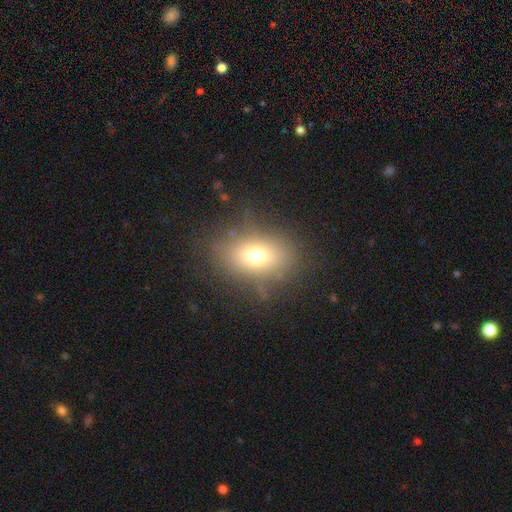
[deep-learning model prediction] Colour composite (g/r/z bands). It shows a smooth galaxy with no disk features (69%) that is in between round and cigar-shaped (72%). Merging: none (76%).